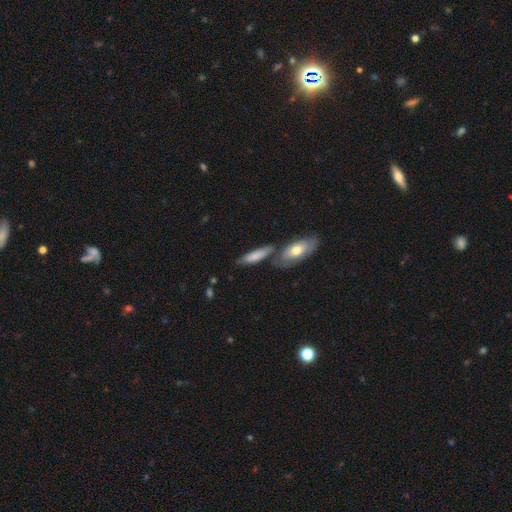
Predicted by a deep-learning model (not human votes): Overall: smooth (71%). How rounded: cigar-shaped (56%; in between 42%). Merging: none (53%; merger 25%).